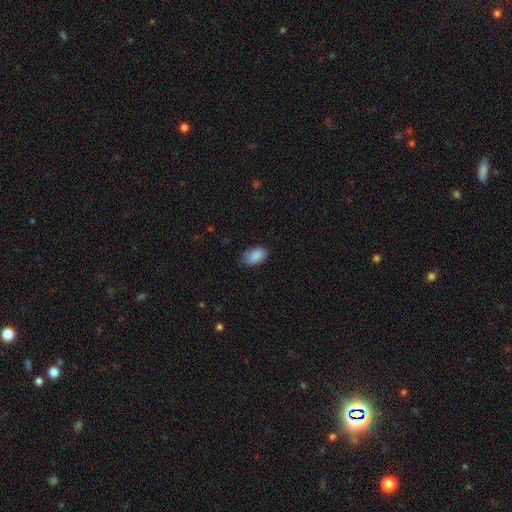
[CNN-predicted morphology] Smooth or featured? Predicted: smooth (p=0.88). How rounded? Predicted: in between (p=0.91). Merging? Predicted: none (p=0.69).